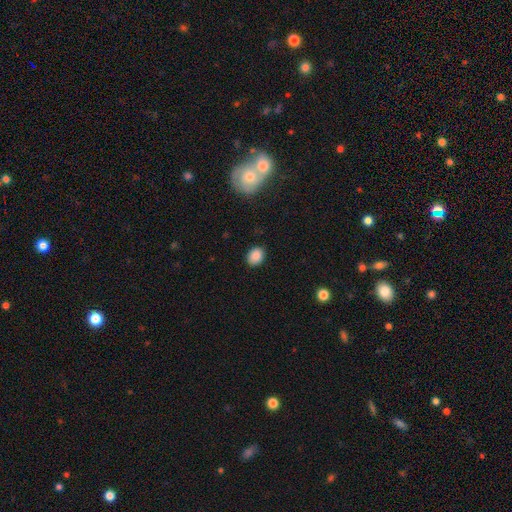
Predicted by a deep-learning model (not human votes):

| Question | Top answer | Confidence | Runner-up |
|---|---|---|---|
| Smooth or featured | smooth | 87% | star or artifact (9%) |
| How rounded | in between | 58% | round (41%) |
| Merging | none | 86% | minor disturbance (11%) |